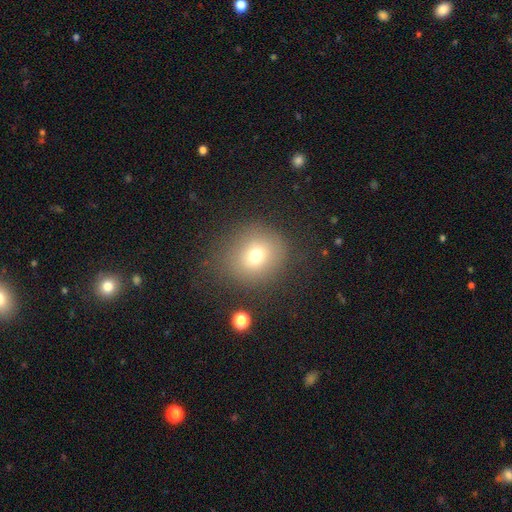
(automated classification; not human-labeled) This is likely a smooth galaxy (71%). How rounded: clearly round (84%). Merging: likely none (78%).